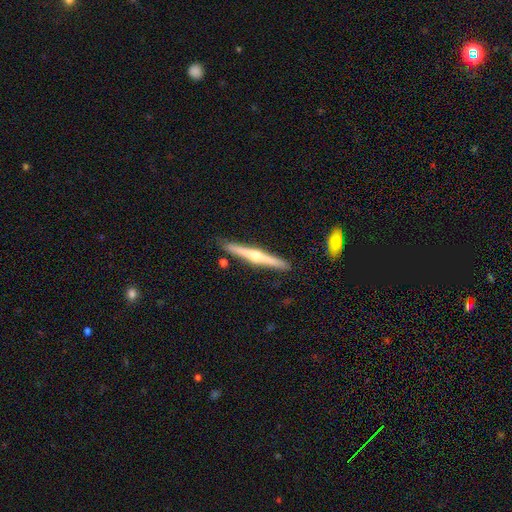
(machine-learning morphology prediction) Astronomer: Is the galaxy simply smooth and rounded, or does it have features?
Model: featured or disk — 73%.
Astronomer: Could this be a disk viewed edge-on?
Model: yes — 98%.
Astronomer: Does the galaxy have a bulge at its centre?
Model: rounded — 91%.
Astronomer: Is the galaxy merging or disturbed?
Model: none — 89%.